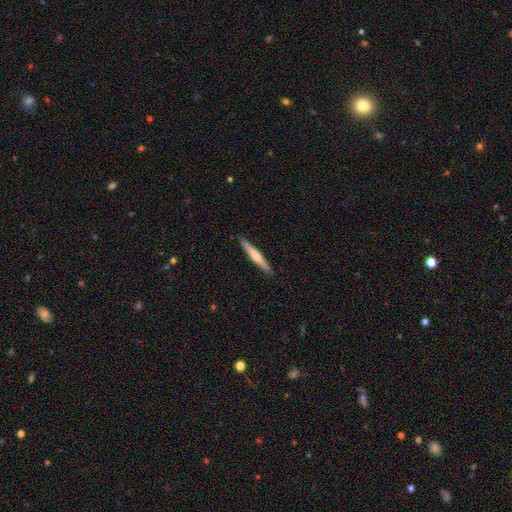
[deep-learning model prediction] smooth 48%, featured or disk 47%, star or artifact 5%. Down the decision tree: merging — none (90%).